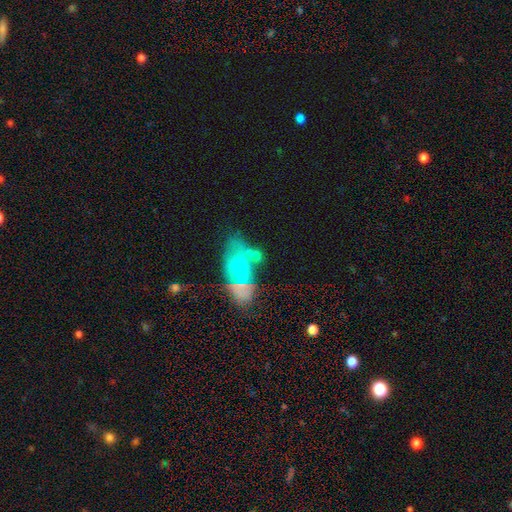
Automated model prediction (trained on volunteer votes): Smooth or featured? smooth (53%)
How rounded? in between (79%)
Merging? none (35%)